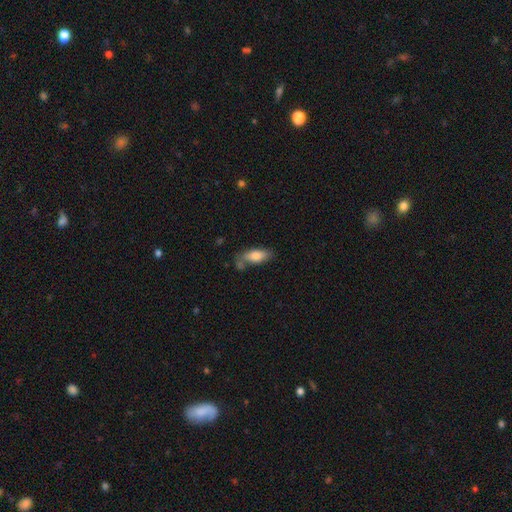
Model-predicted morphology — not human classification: This is likely a smooth galaxy (78%). How rounded: likely in between (75%). Merging: possibly none (58%).